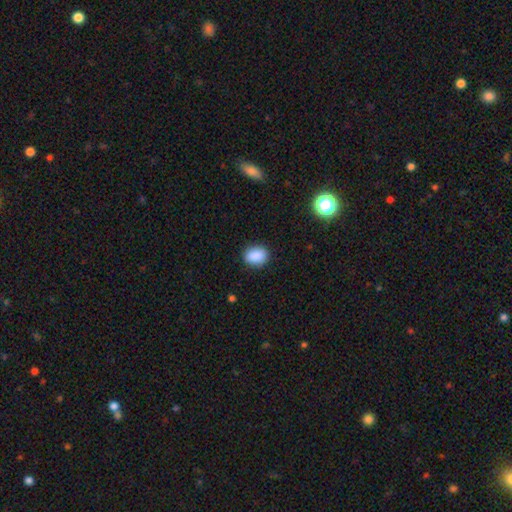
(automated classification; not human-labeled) This appears to be a smooth galaxy with no disk features (88%) that is in between round and cigar-shaped (61%). Merging: none (87%).